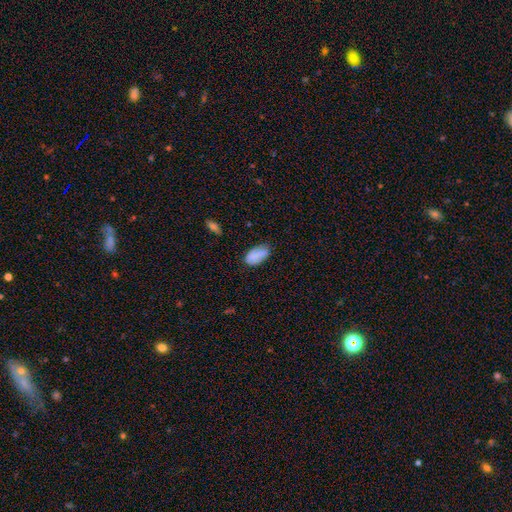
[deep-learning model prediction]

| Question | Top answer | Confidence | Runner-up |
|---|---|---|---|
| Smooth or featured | smooth | 85% | star or artifact (8%) |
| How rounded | in between | 94% | round (3%) |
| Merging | none | 65% | minor disturbance (27%) |